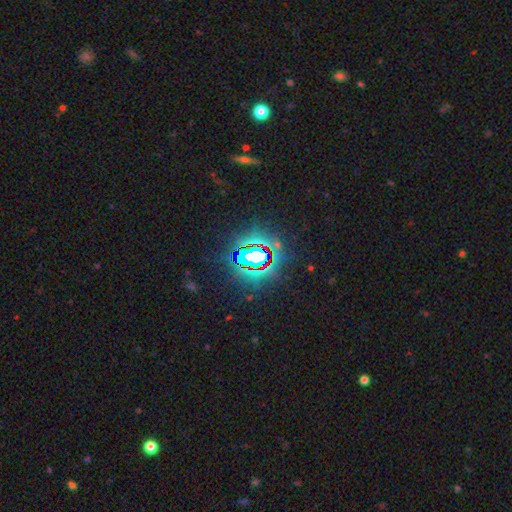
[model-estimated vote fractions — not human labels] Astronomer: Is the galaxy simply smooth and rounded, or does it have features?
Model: star or artifact — 78%.